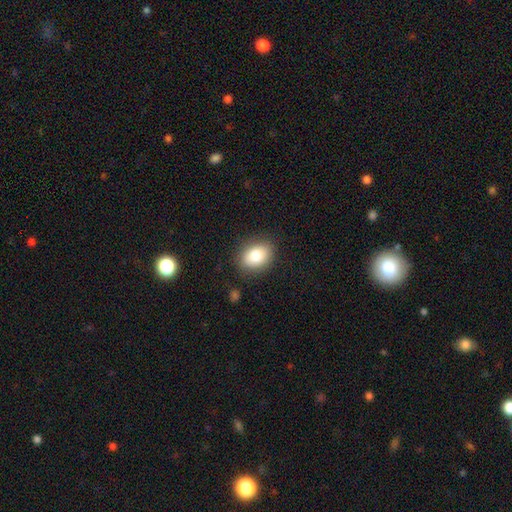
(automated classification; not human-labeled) Smooth or featured? smooth (82%)
How rounded? in between (73%)
Merging? none (85%)